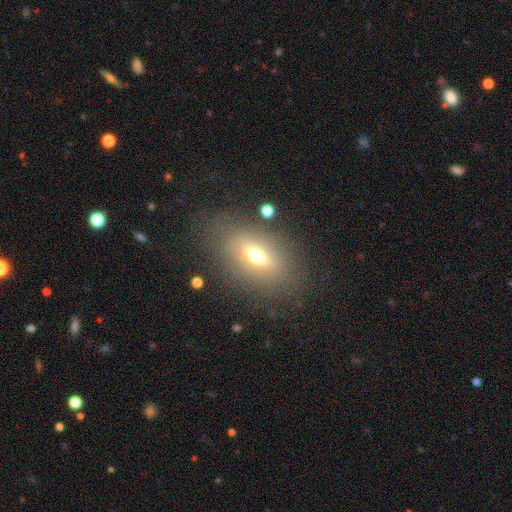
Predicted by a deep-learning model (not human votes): The model was most divided on "smooth or featured": smooth: 52%, featured or disk: 34%, star or artifact: 14%. More confident: how rounded — in between (75%); merging — none (75%).